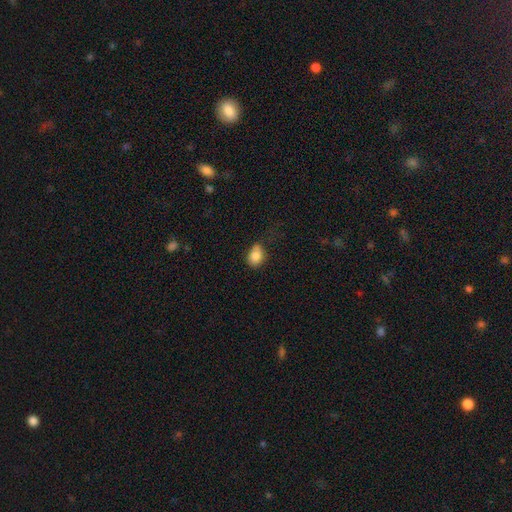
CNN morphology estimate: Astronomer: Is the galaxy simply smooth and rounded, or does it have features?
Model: smooth — 84%.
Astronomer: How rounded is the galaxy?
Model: in between — 60% (runner-up: round, 39%).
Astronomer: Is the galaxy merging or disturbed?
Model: none — 54% (runner-up: minor disturbance, 33%).